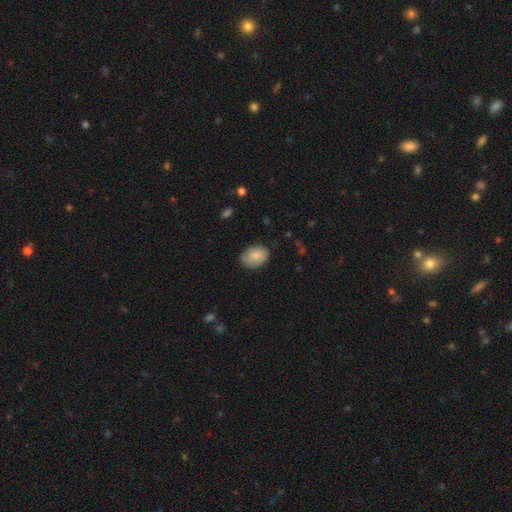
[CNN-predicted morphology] This is clearly a smooth galaxy (81%). How rounded: likely in between (74%). Merging: likely none (67%).